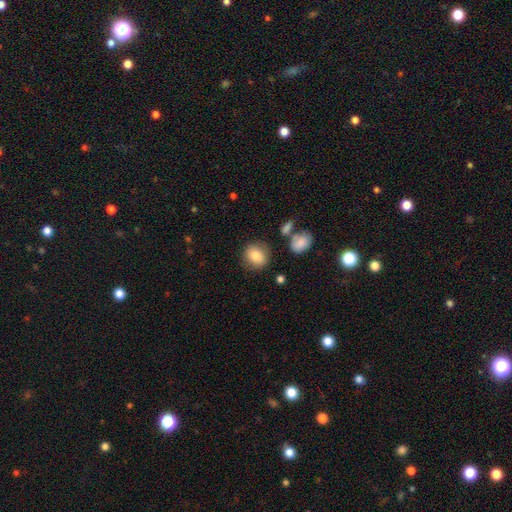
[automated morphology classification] Smooth or featured? smooth (82%)
How rounded? round (71%)
Merging? none (81%)